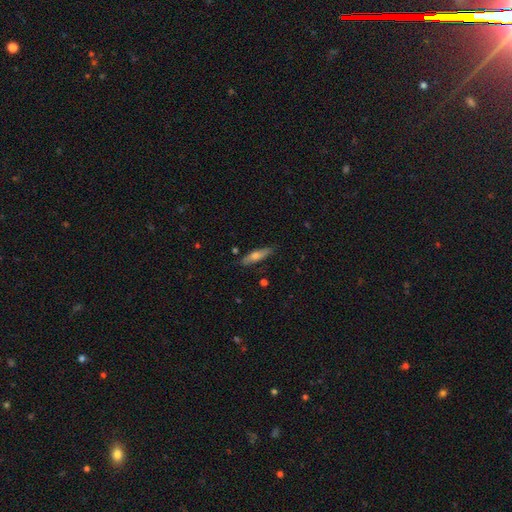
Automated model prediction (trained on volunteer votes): Smooth or featured? Predicted: smooth (p=0.60). How rounded? Predicted: cigar-shaped (p=0.71). Merging? Predicted: none (p=0.83).